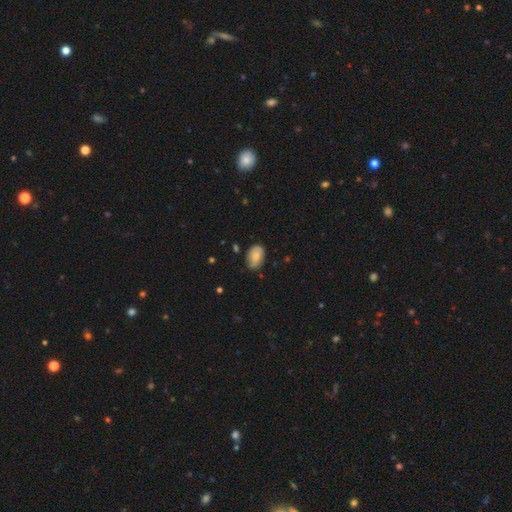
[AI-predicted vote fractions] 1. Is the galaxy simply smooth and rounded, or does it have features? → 77% smooth, 16% featured or disk, 7% star or artifact.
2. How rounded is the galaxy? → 90% in between, 9% round, 1% cigar-shaped.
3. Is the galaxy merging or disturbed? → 74% none, 21% minor disturbance, 3% major disturbance, 1% merger.